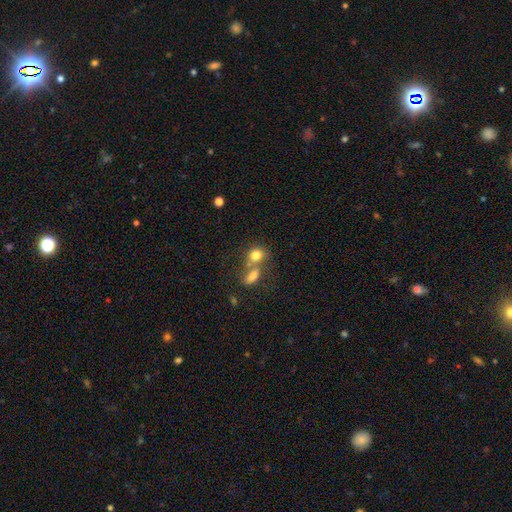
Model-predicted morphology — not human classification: Overall: smooth (79%). How rounded: round (52%; in between 46%). Merging: merger (54%; none 32%).